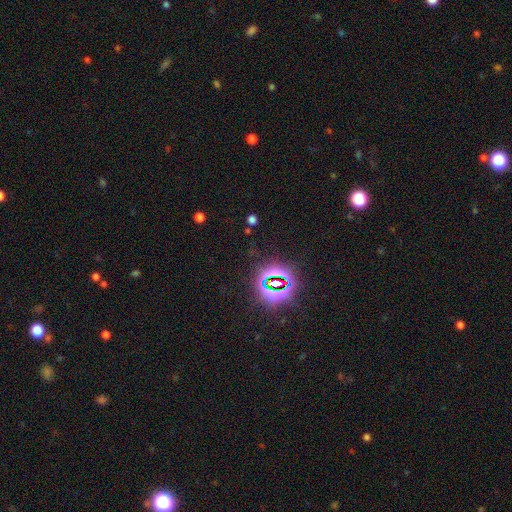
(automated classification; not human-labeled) smooth-or-featured: star or artifact: 79% | smooth: 13% | featured or disk: 8%